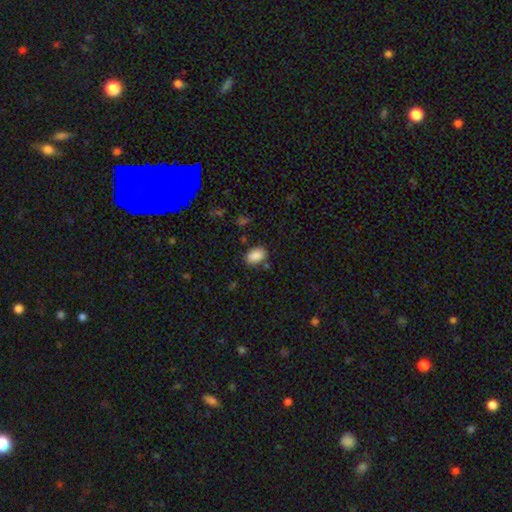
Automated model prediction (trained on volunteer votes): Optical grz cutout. It shows a smooth galaxy with no disk features (88%) that is in between round and cigar-shaped (85%). Merging: none (81%).